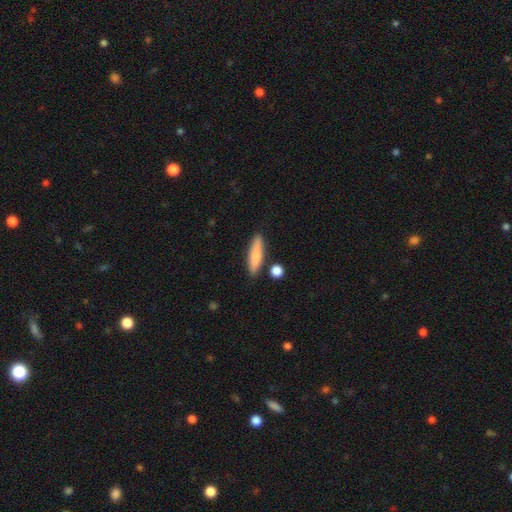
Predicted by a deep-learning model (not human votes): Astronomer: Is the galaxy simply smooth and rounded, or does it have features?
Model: smooth — 76%.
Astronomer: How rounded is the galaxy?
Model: cigar-shaped — 70%.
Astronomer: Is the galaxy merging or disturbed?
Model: none — 82%.